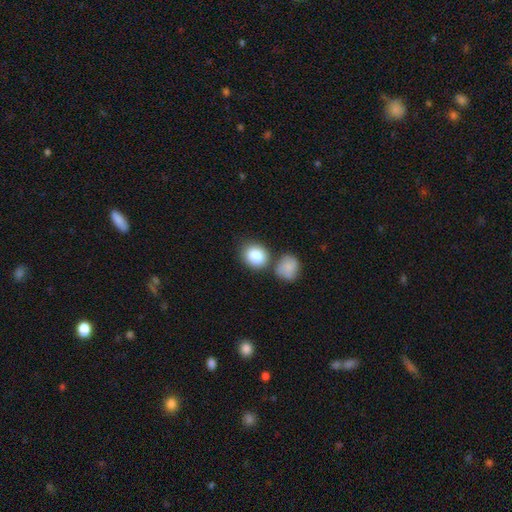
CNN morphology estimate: Smooth or featured? smooth (86%)
How rounded? round (68%)
Merging? none (61%)